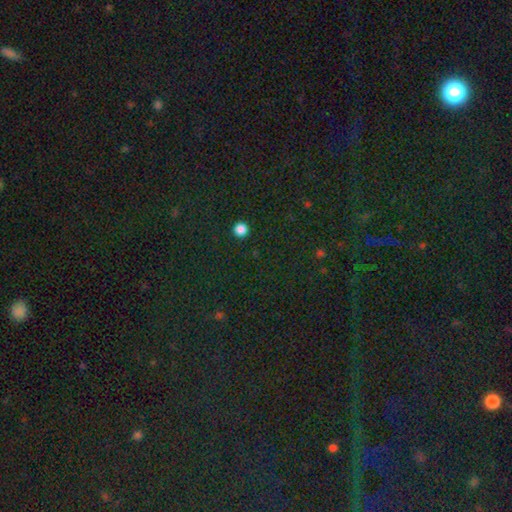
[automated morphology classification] This appears to be a star or artifact, not a galaxy (81%).